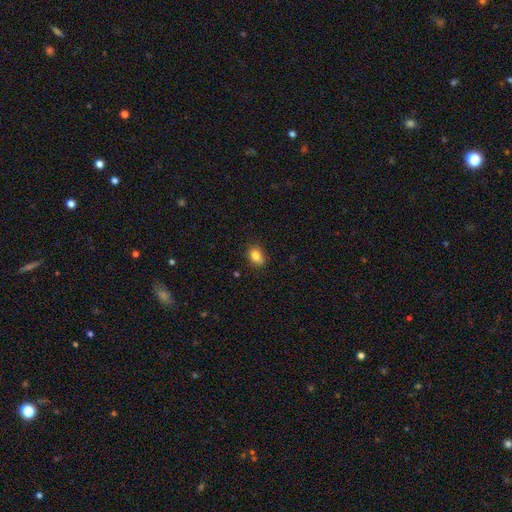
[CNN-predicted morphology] Smooth or featured: smooth — 83% (star or artifact — 10%)
How rounded: in between — 62% (round — 36%)
Merging: none — 73% (minor disturbance — 20%)